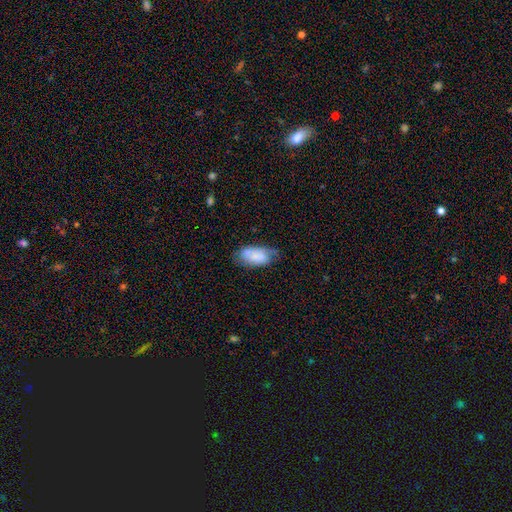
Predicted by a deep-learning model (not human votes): Overall: smooth (72%). How rounded: in between (93%). Merging: none (49%; minor disturbance 36%).